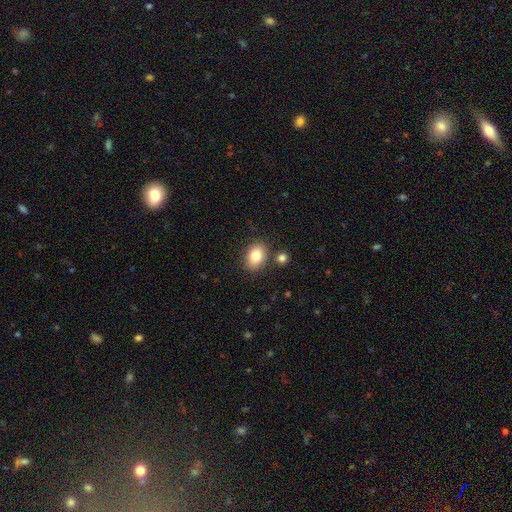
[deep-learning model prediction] A smooth galaxy with no disk features (82%) that is in between round and cigar-shaped (71%).

Vote fractions:
- Smooth or featured? smooth: 82% / featured or disk: 10% / star or artifact: 9%
- How rounded? in between: 71% / round: 28% / cigar-shaped: 1%
- Merging? none: 81% / minor disturbance: 10% / merger: 6% / major disturbance: 3%